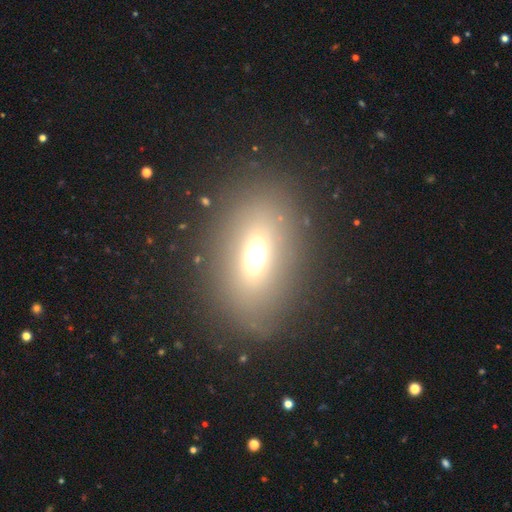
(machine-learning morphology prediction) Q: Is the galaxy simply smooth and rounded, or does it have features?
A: smooth — 60%.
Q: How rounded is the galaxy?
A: in between — 75%.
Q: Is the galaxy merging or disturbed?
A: none — 79%.